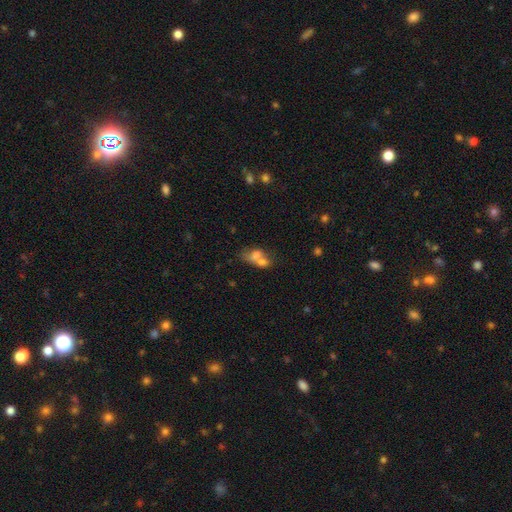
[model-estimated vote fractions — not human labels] smooth-or-featured: smooth: 64% | featured or disk: 24% | star or artifact: 12%
  how-rounded: in between: 72% | round: 24% | cigar-shaped: 4%
  merging: merger: 64% | none: 19% | minor disturbance: 9% | major disturbance: 8%